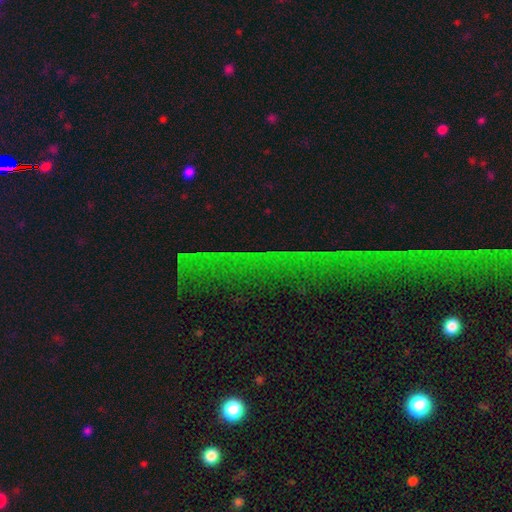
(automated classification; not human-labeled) This is likely a star or artifact rather than a galaxy (75%).